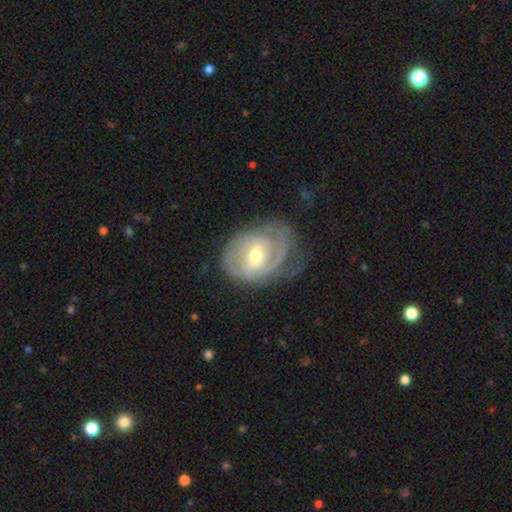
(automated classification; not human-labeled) Smooth or featured? featured or disk (78%)
Edge-on disk? no (96%)
Bar? weak (51%)
Spiral arms? yes (86%)
Spiral winding? tight (50%)
Spiral arm count? 2 (44%)
Bulge size? moderate (61%)
Merging? none (51%)